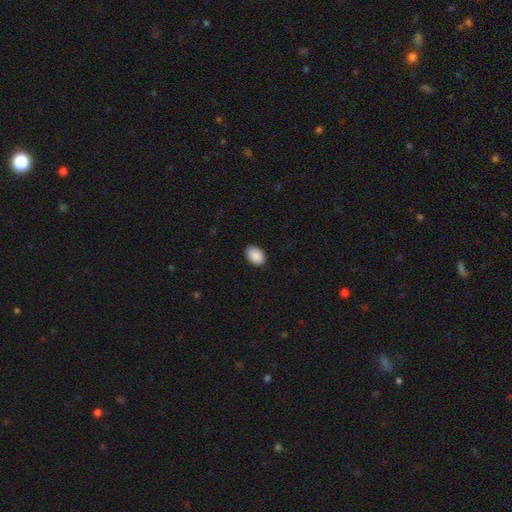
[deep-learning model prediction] smooth-or-featured: smooth: 90% | star or artifact: 7% | featured or disk: 3%
  how-rounded: in between: 87% | round: 12% | cigar-shaped: 1%
  merging: none: 85% | minor disturbance: 12% | major disturbance: 2% | merger: 1%